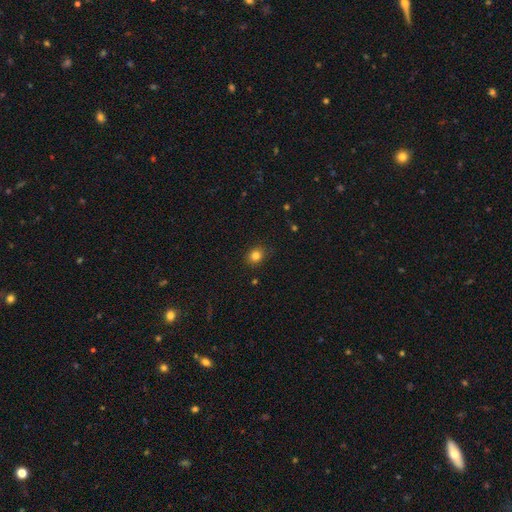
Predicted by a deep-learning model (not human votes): smooth-or-featured: smooth: 82% | star or artifact: 13% | featured or disk: 5%
  how-rounded: round: 70% | in between: 29% | cigar-shaped: 1%
  merging: none: 86% | minor disturbance: 10% | major disturbance: 2% | merger: 1%